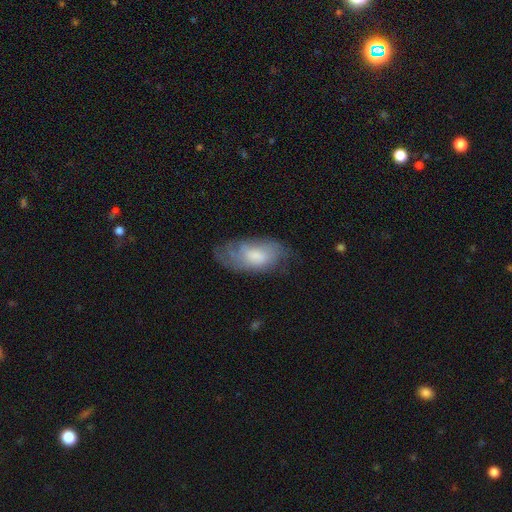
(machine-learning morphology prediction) Overall: smooth (52%; featured or disk 41%). How rounded: in between (92%). Merging: none (56%; minor disturbance 28%).